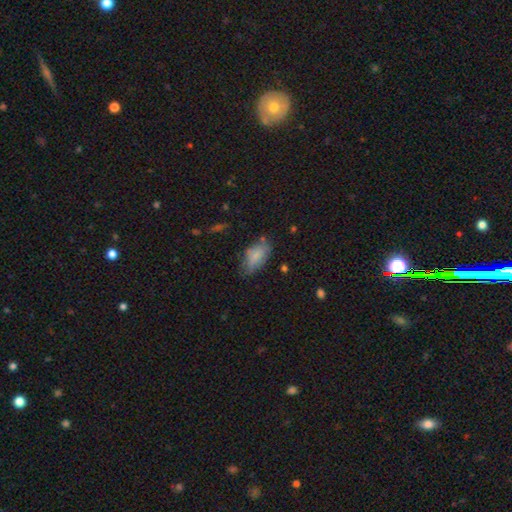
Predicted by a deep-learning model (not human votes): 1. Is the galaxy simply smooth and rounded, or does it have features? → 78% smooth, 15% featured or disk, 8% star or artifact.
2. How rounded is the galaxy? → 92% in between, 5% cigar-shaped, 3% round.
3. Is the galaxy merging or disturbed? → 57% none, 30% minor disturbance, 9% major disturbance, 4% merger.